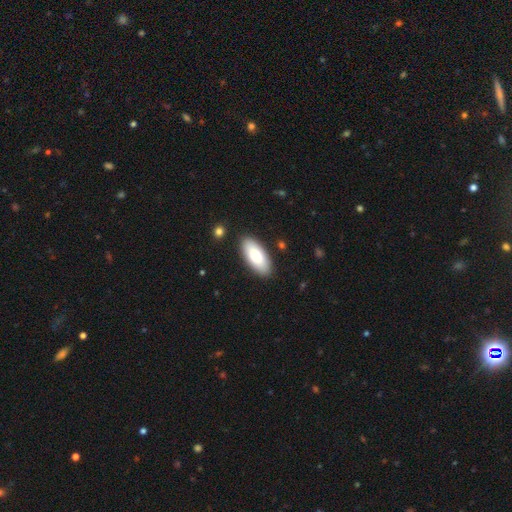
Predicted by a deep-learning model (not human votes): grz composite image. It shows a smooth galaxy with no disk features (74%) that is in between round and cigar-shaped (89%). Merging: none (89%).